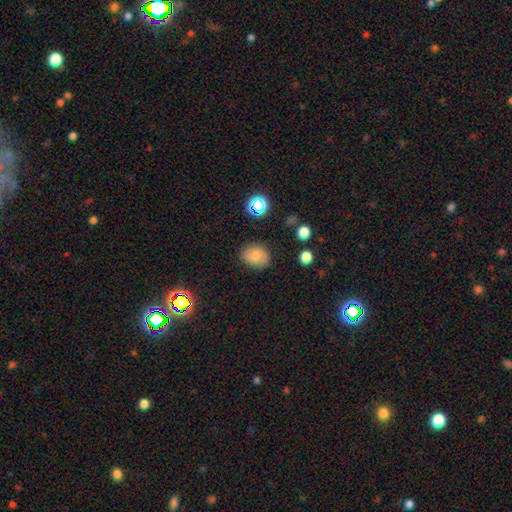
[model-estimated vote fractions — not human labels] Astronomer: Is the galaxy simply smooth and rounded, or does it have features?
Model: smooth — 76%.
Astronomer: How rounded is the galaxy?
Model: in between — 52% (runner-up: round, 47%).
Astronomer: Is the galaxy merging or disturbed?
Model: none — 80%.